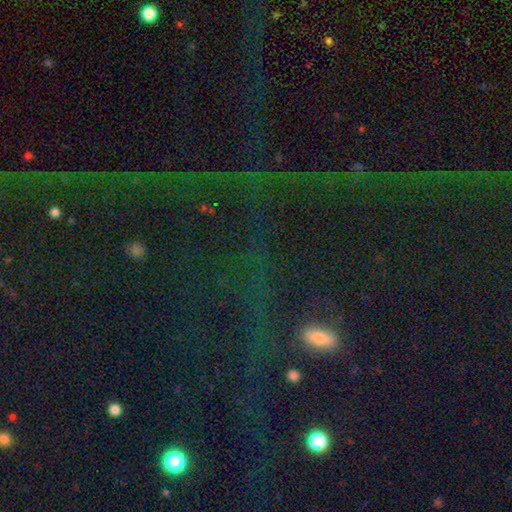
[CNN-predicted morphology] Smooth or featured? star or artifact (66%)